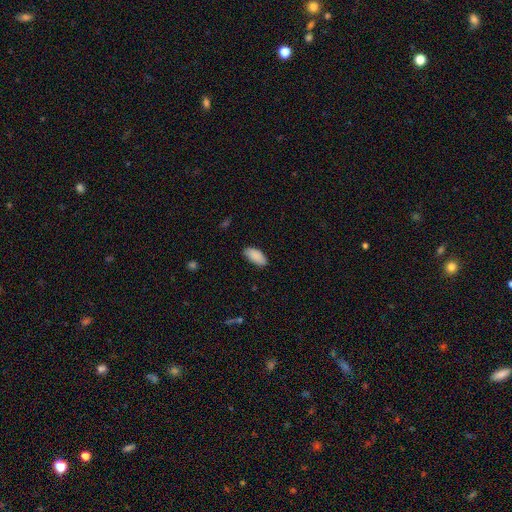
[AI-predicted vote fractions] A smooth galaxy with no disk features (90%) that is in between round and cigar-shaped (92%).

Vote fractions:
- Smooth or featured? smooth: 90% / star or artifact: 7% / featured or disk: 4%
- How rounded? in between: 92% / cigar-shaped: 6% / round: 2%
- Merging? none: 81% / minor disturbance: 16% / major disturbance: 3% / merger: 1%